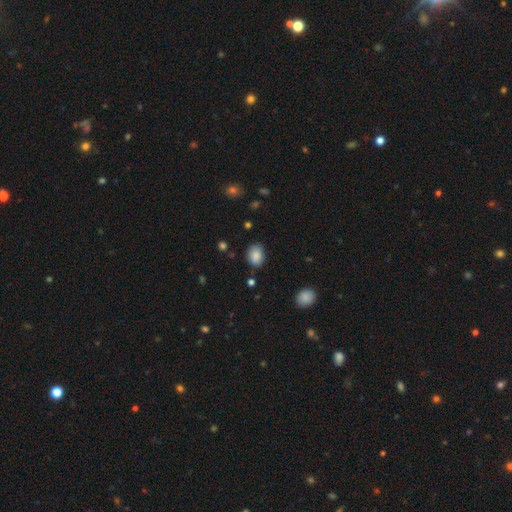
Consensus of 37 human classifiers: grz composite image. It shows a smooth galaxy with no disk features (89%) that is in between round and cigar-shaped (82%). Merging: none (81%).